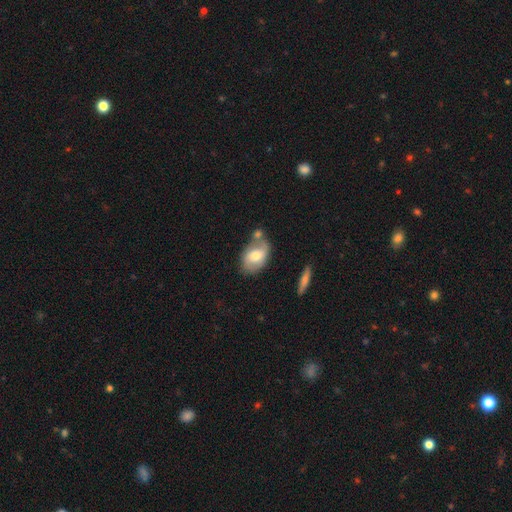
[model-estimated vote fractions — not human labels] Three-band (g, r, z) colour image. It shows a smooth galaxy with no disk features (57%) that is in between round and cigar-shaped (83%). Merging: none (46%).